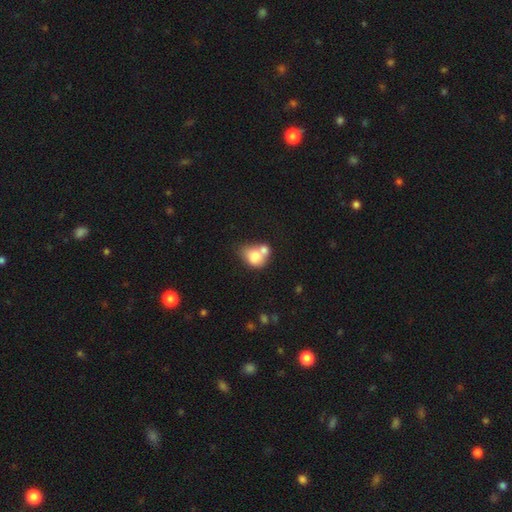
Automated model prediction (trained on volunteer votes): Q: Smooth or featured?
A: smooth (73%); runner-up: featured or disk (18%)
Q: How rounded?
A: in between (53%); runner-up: round (46%)
Q: Merging?
A: merger (60%); runner-up: none (23%)